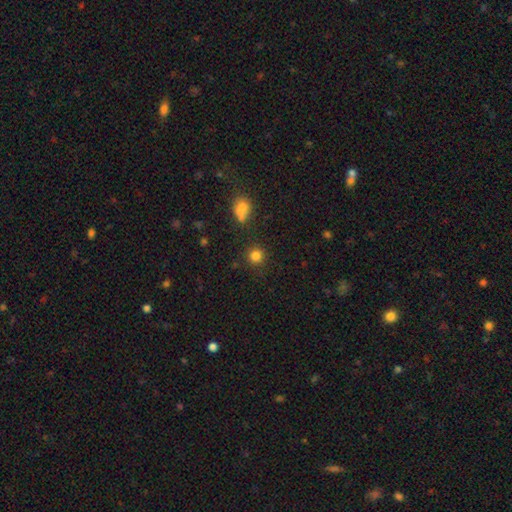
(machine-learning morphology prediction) The model was most divided on "smooth or featured": smooth: 82%, star or artifact: 13%, featured or disk: 5%. More confident: how rounded — round (92%); merging — none (85%).